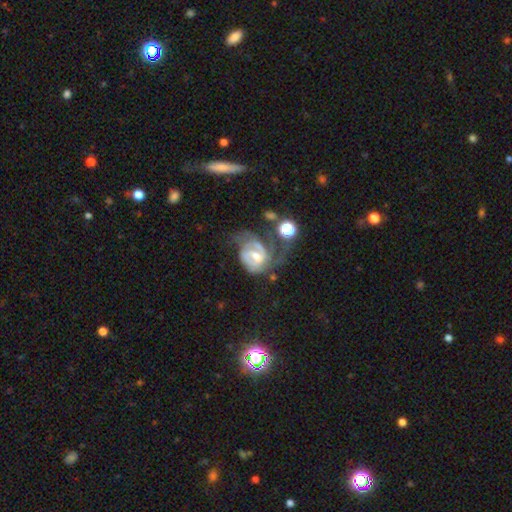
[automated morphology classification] This appears to be a featured or disk galaxy (81%) with a weak bar (50%), 2 (49%) tight (46%) spiral arms (89%) and a moderate central bulge (54%). Merging: major disturbance (35%).